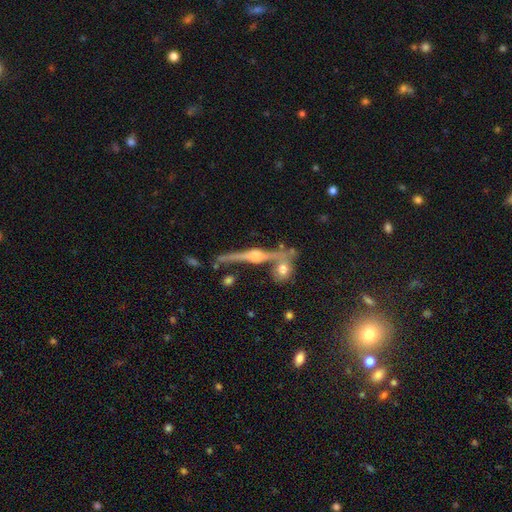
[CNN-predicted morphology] Smooth or featured: featured or disk — 84% (smooth — 9%)
Edge-on disk: yes — 97% (no — 3%)
Edge-on bulge: rounded — 92% (boxy — 5%)
Merging: none — 74% (merger — 12%)